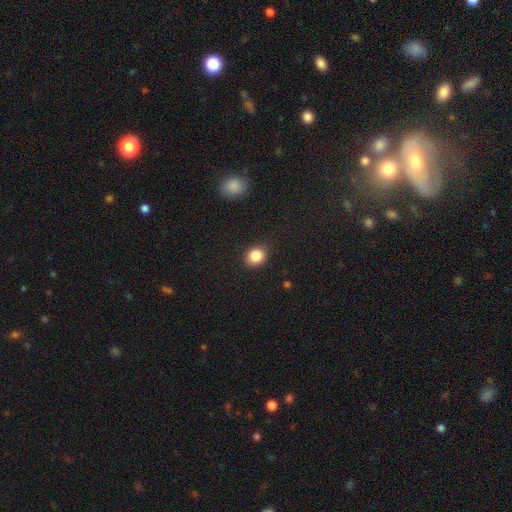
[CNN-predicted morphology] Smooth or featured? Predicted: smooth (p=0.85). How rounded? Predicted: round (p=0.65). Merging? Predicted: none (p=0.87).